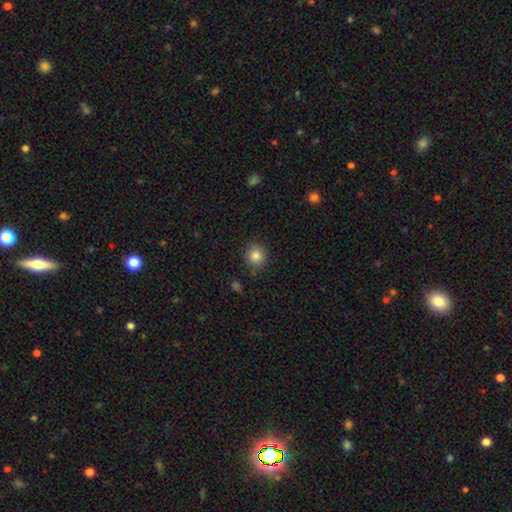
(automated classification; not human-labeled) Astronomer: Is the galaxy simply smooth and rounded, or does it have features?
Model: smooth — 85%.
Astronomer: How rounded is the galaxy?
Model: round — 91%.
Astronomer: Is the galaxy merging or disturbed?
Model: none — 87%.